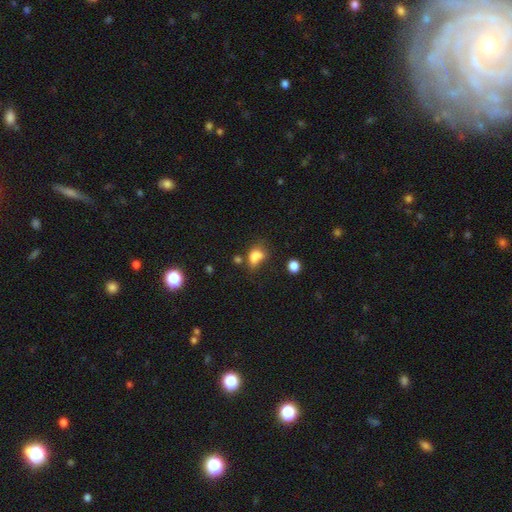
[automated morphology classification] Smooth or featured: smooth — 75% (star or artifact — 13%)
How rounded: in between — 73% (round — 25%)
Merging: none — 29% (tied with minor disturbance — 29%)